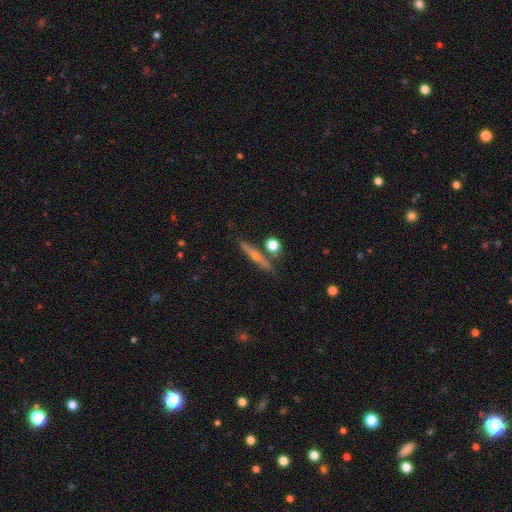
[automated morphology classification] Smooth or featured? Predicted: featured or disk (p=0.62). Edge-on disk? Predicted: yes (p=0.94). Edge-on bulge? Predicted: rounded (p=0.80). Merging? Predicted: none (p=0.78).